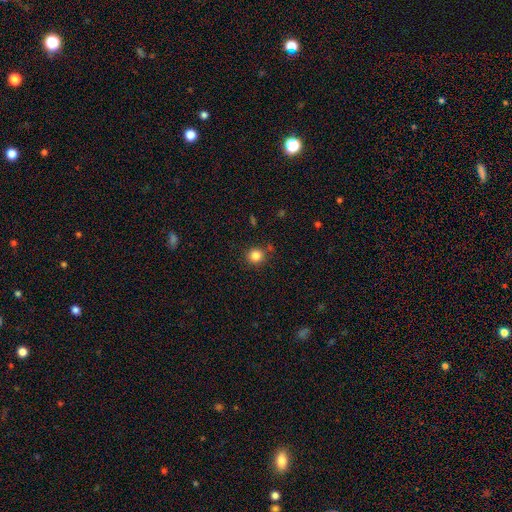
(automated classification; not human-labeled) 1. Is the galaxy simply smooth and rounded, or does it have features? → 83% smooth, 12% star or artifact, 5% featured or disk.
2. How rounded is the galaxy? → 92% round, 8% in between, 1% cigar-shaped.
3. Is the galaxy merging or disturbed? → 85% none, 9% minor disturbance, 4% merger, 3% major disturbance.